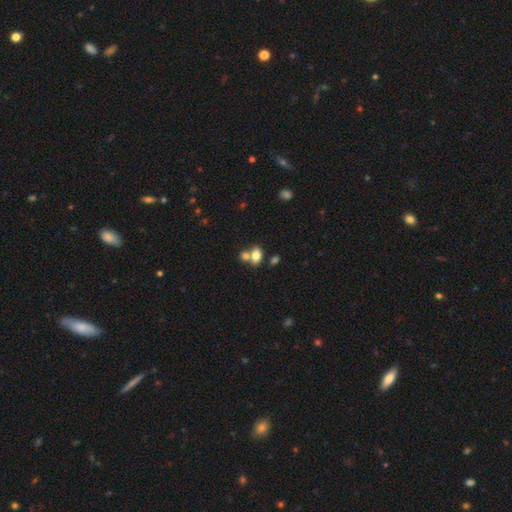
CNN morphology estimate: smooth 76%, featured or disk 14%, star or artifact 10%. Down the decision tree: how rounded — in between (81%); merging — merger (44%).